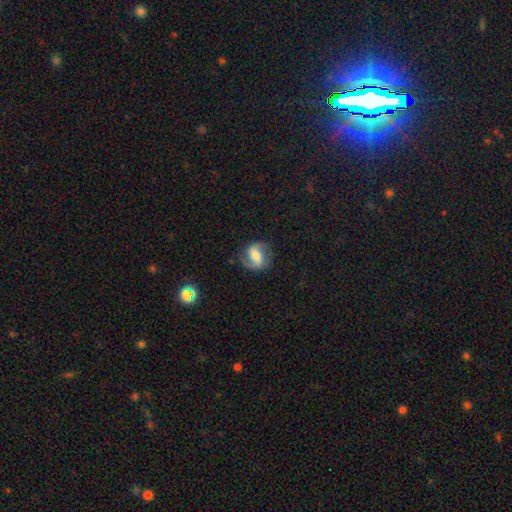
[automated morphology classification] This is likely a featured or disk galaxy (67%). It is clearly not viewed edge-on (96%). Bar: marginally weak (39%). Spiral arm pattern: clearly yes (88%). Spiral arm count: clearly 2 (86%). Spiral winding: marginally medium (45%). Central bulge: possibly moderate (54%). Merging: likely none (76%).